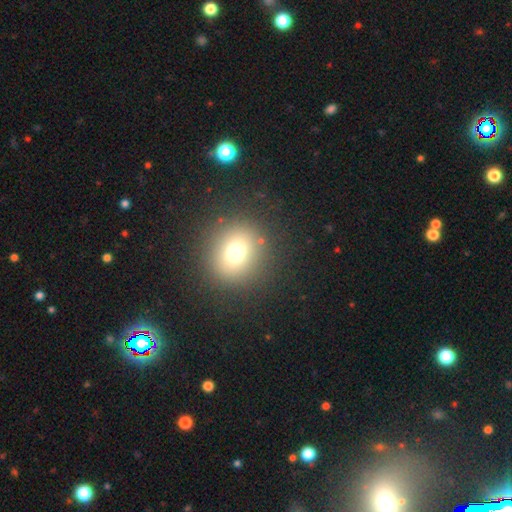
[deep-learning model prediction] smooth 59%, star or artifact 27%, featured or disk 15%. Down the decision tree: how rounded — round (78%); merging — none (89%).